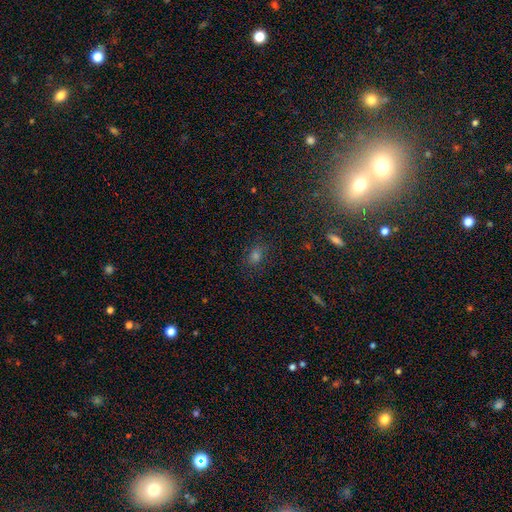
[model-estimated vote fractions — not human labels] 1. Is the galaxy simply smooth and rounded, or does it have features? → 56% smooth, 34% star or artifact, 10% featured or disk.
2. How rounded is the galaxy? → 57% in between, 40% round, 3% cigar-shaped.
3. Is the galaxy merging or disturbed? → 80% none, 12% minor disturbance, 5% major disturbance, 2% merger.